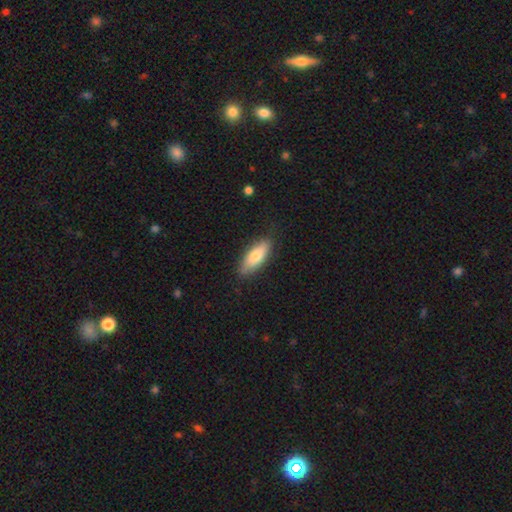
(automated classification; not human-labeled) smooth 74%, featured or disk 20%, star or artifact 6%. Down the decision tree: how rounded — in between (66%); merging — none (83%).